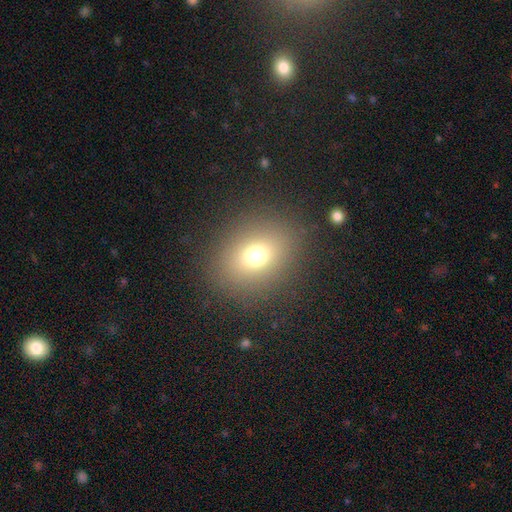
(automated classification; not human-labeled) A smooth galaxy with no disk features (72%) that is round (54%). Merging: none (86%).